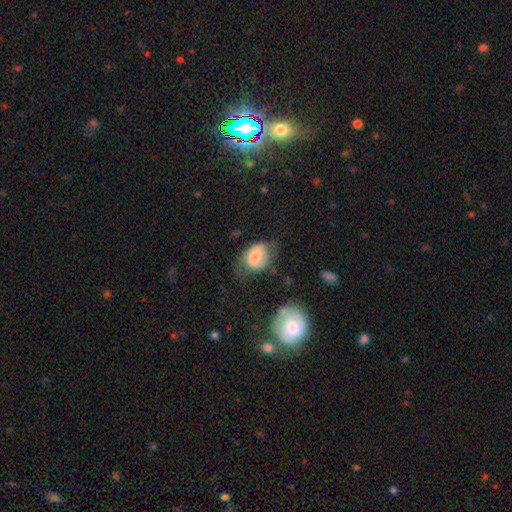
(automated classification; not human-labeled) Q: Smooth or featured?
A: smooth (59%); runner-up: featured or disk (33%)
Q: How rounded?
A: in between (64%); runner-up: round (35%)
Q: Merging?
A: none (43%); runner-up: minor disturbance (31%)